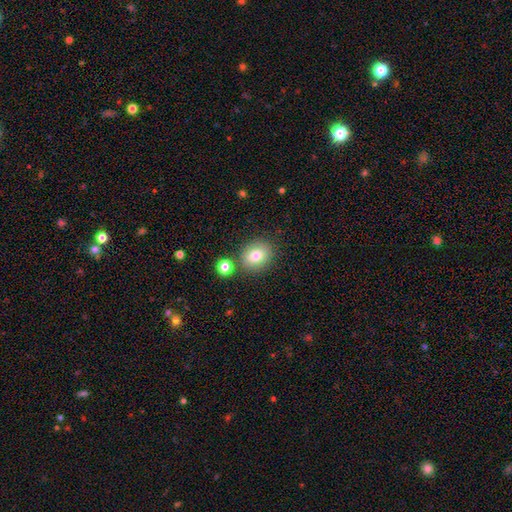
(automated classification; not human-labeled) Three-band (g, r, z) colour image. It shows a smooth galaxy with no disk features (80%) that is round (56%). Merging: none (79%).